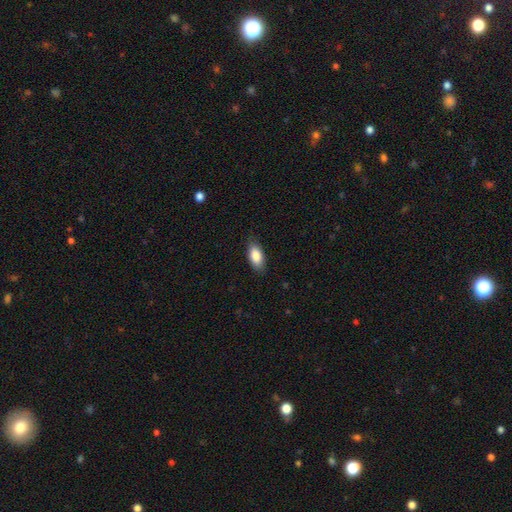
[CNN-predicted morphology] The model was most divided on "merging": none: 85%, minor disturbance: 12%, major disturbance: 2%, merger: 1%. More confident: how rounded — in between (89%); smooth or featured — smooth (86%).